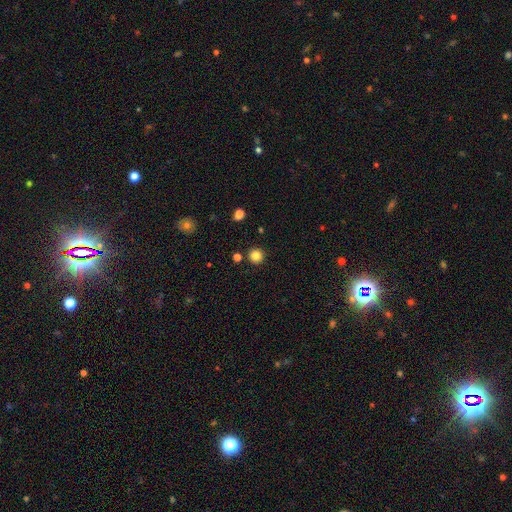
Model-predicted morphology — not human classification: This is clearly a smooth galaxy (84%). How rounded: clearly round (95%). Merging: clearly none (90%).